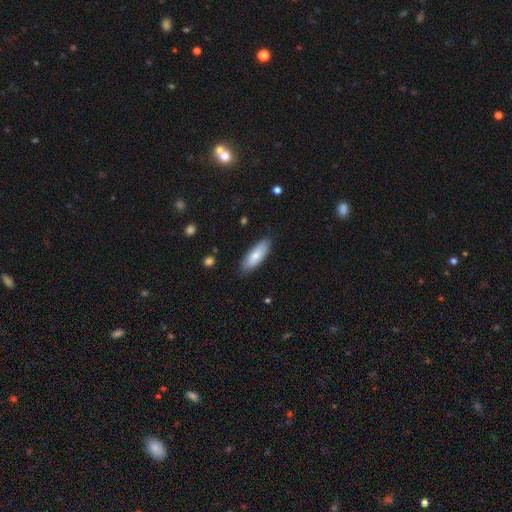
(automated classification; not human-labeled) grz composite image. It shows a smooth galaxy with no disk features (79%) that is in between round and cigar-shaped (63%). Merging: none (85%).